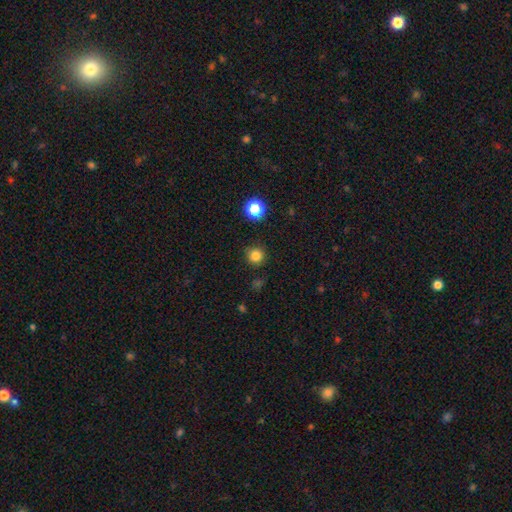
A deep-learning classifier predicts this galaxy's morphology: smooth_or_featured: smooth (p=0.82) [alt: star or artifact p=0.14]
how_rounded: round (p=0.95) [alt: in between p=0.04]
merging: none (p=0.90) [alt: minor disturbance p=0.06]